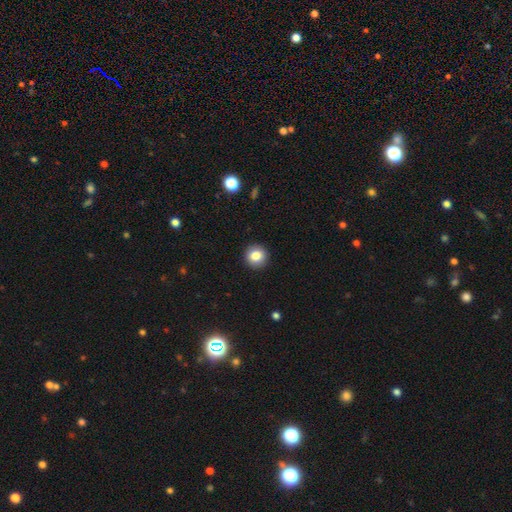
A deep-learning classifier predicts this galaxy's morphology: Overall: smooth (83%). How rounded: round (93%). Merging: none (92%).